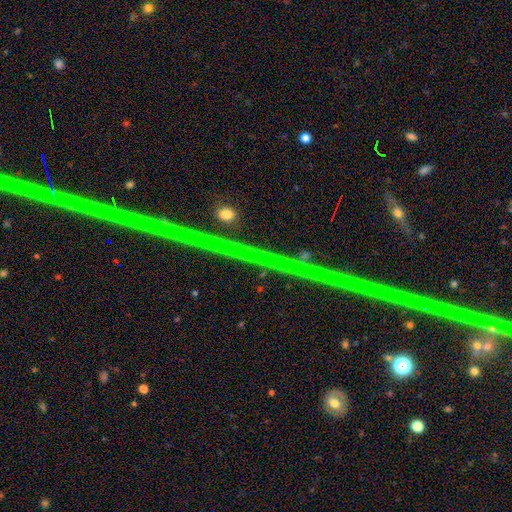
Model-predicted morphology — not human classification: Smooth or featured? Predicted: star or artifact (p=0.88).